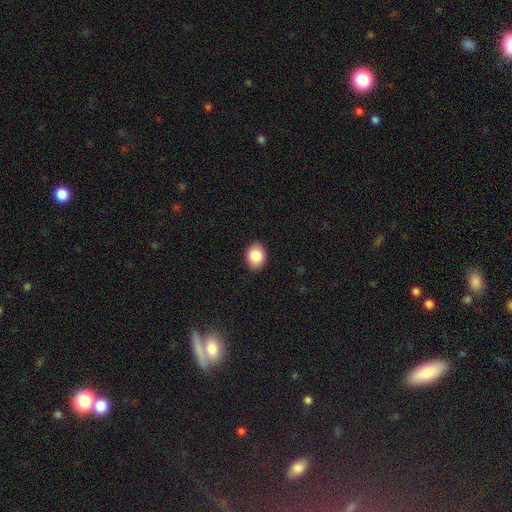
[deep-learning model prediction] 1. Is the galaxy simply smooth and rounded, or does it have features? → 85% smooth, 8% star or artifact, 7% featured or disk.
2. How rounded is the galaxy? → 62% in between, 37% round, 1% cigar-shaped.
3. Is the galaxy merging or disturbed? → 89% none, 8% minor disturbance, 2% major disturbance, 1% merger.